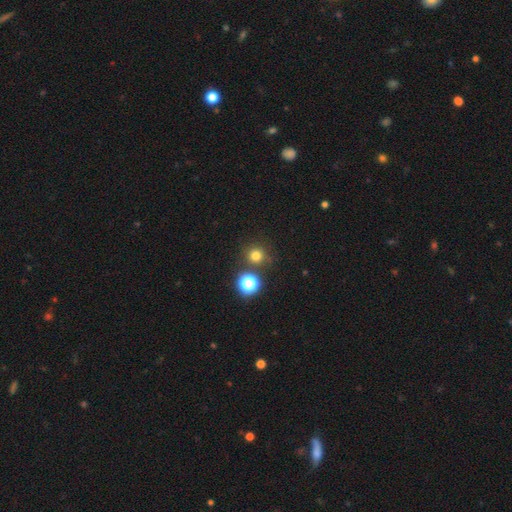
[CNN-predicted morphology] This appears to be a smooth galaxy with no disk features (73%) that is round (94%). Merging: none (81%).